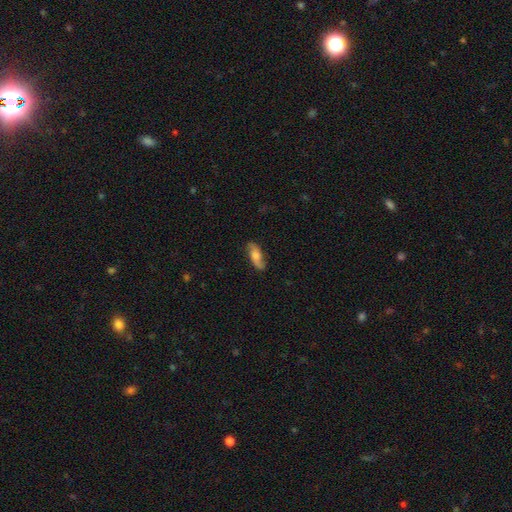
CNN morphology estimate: Q: Smooth or featured?
A: smooth (48%); runner-up: featured or disk (46%)
Q: Merging?
A: none (80%); runner-up: minor disturbance (15%)